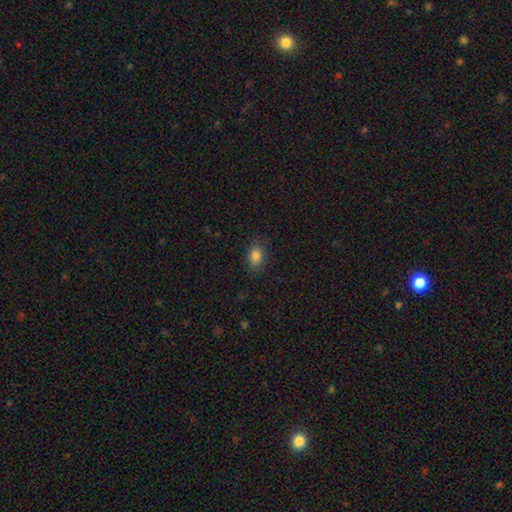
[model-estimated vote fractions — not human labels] Overall: smooth (83%). How rounded: in between (78%). Merging: none (84%).